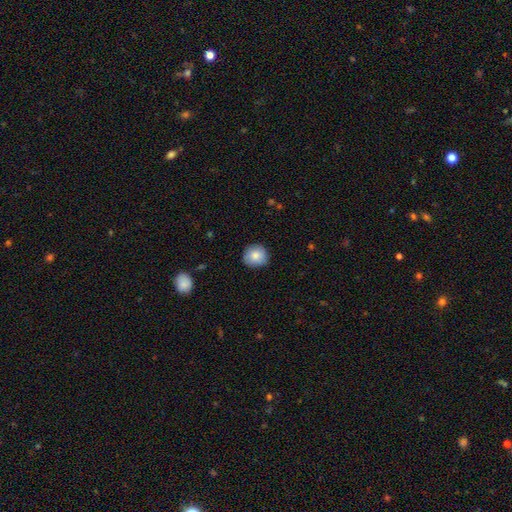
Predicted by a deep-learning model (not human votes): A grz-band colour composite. It shows a smooth galaxy with no disk features (83%) that is round (89%). Merging: none (84%).